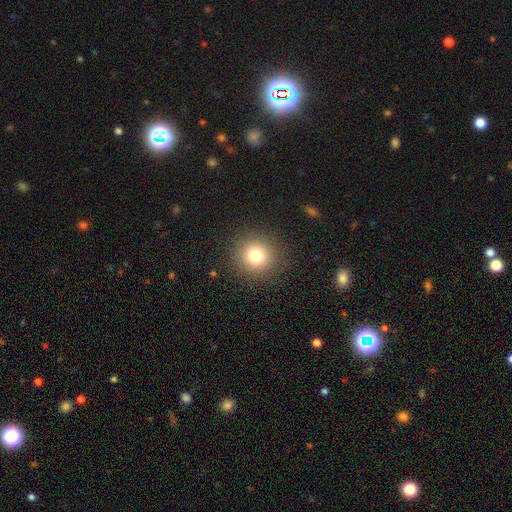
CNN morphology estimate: smooth 79%, star or artifact 13%, featured or disk 8%. Down the decision tree: how rounded — round (93%); merging — none (90%).